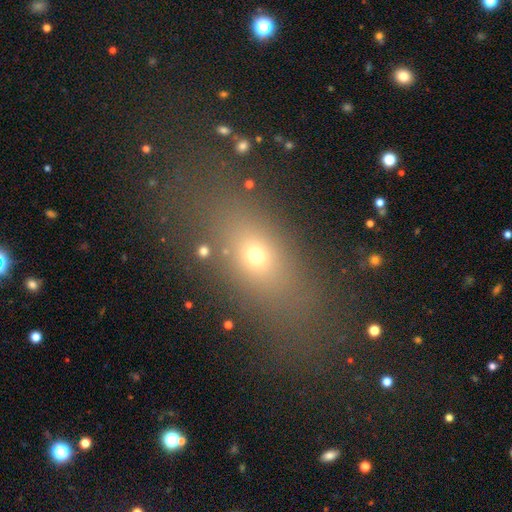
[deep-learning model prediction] smooth 62%, star or artifact 22%, featured or disk 16%. Down the decision tree: how rounded — in between (64%); merging — none (78%).